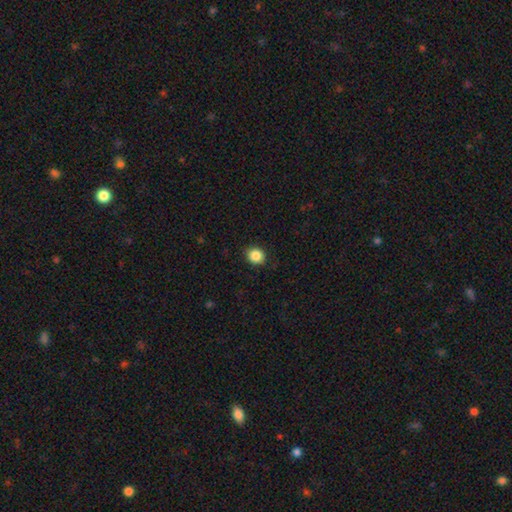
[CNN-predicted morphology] smooth 88%, star or artifact 9%, featured or disk 3%. Down the decision tree: how rounded — round (75%); merging — none (90%).